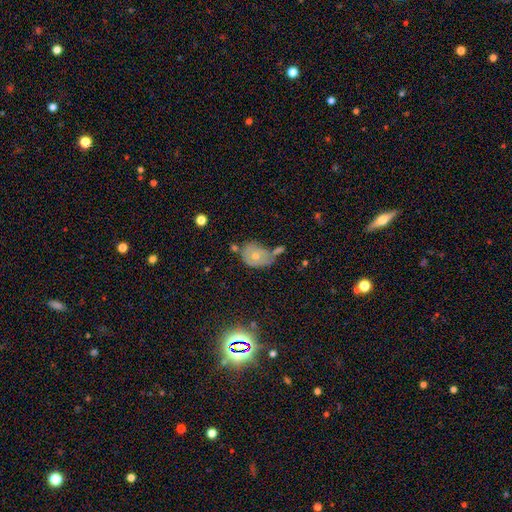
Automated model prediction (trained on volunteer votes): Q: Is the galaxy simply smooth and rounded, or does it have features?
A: smooth — 52%.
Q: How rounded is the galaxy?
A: in between — 55%.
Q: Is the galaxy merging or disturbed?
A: none — 32%.